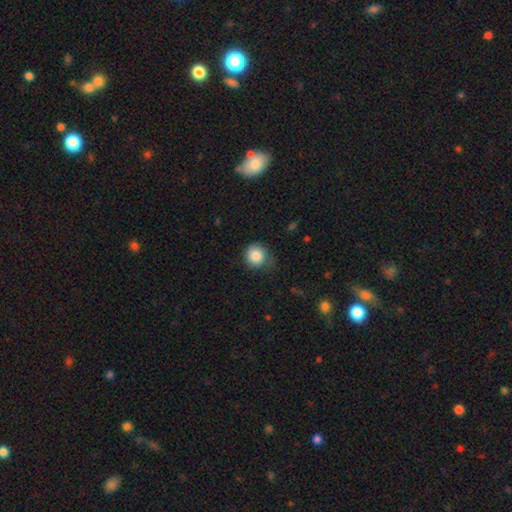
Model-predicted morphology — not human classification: A smooth galaxy with no disk features (85%) that is round (86%). Merging: none (66%).